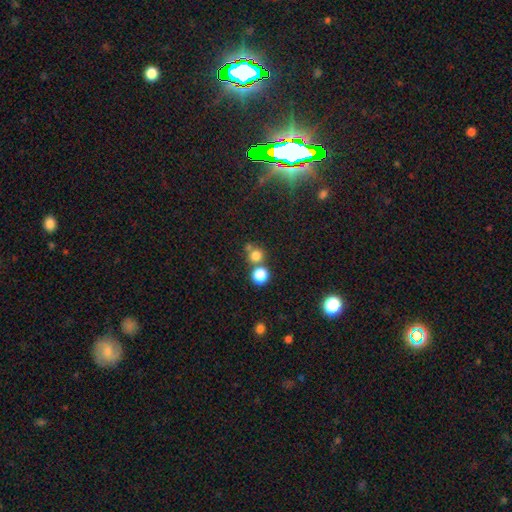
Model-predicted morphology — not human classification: This is likely a smooth galaxy (76%). How rounded: clearly round (89%). Merging: likely none (62%).